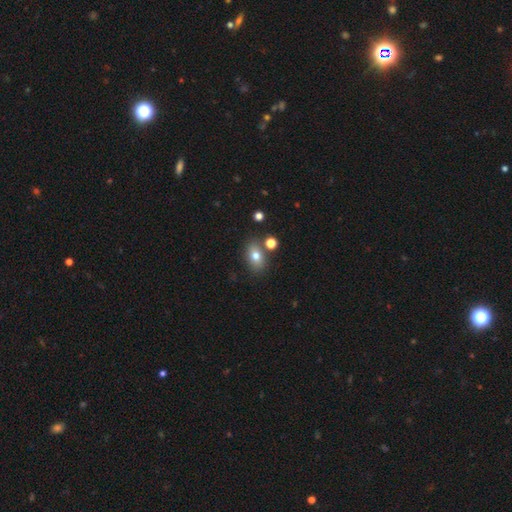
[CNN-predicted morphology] Smooth or featured? smooth (74%)
How rounded? in between (77%)
Merging? none (74%)